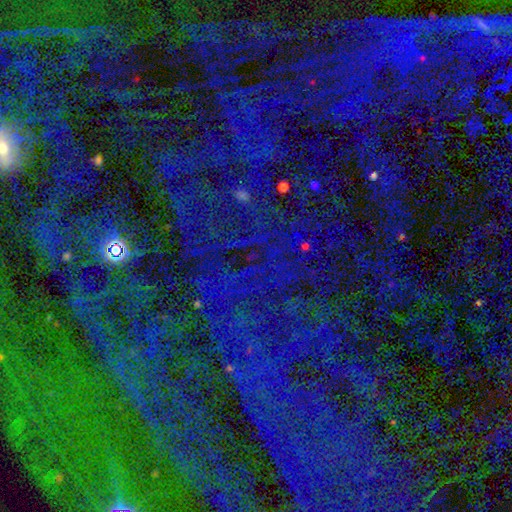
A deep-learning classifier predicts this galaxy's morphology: Smooth or featured? star or artifact (81%)